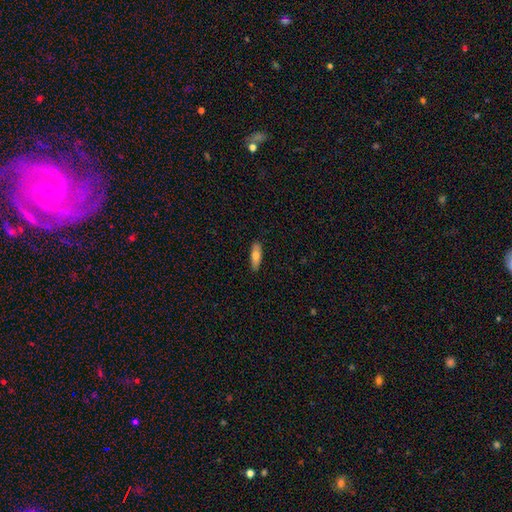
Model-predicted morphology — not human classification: The model was most divided on "how rounded": in between: 57%, cigar-shaped: 41%, round: 2%. More confident: merging — none (86%); smooth or featured — smooth (73%).